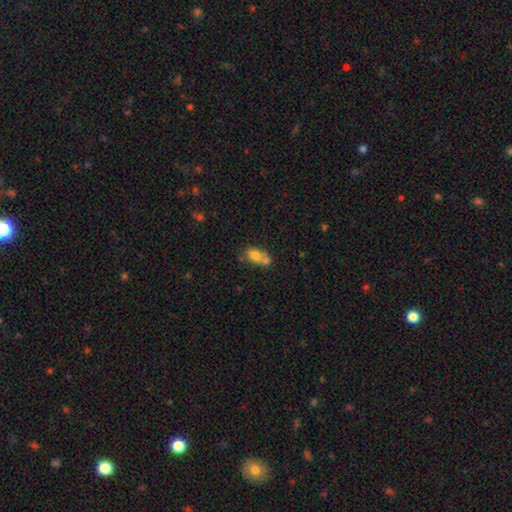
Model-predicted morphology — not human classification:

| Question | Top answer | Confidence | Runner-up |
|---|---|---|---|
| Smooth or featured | smooth | 73% | featured or disk (17%) |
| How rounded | in between | 66% | round (31%) |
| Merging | merger | 52% | none (32%) |